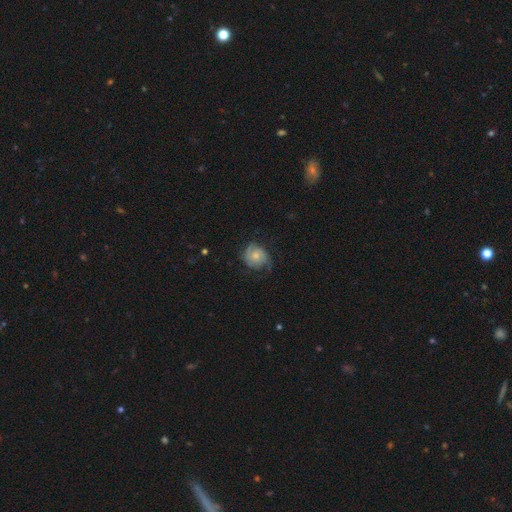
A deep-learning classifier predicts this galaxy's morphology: featured or disk 61%, smooth 31%, star or artifact 7%. Down the decision tree: edge-on disk — no (97%); bar — no (77%); spiral arms — yes (90%); spiral arm count — 2 (58%); spiral winding — tight (45%); bulge size — small (47%); merging — none (61%).